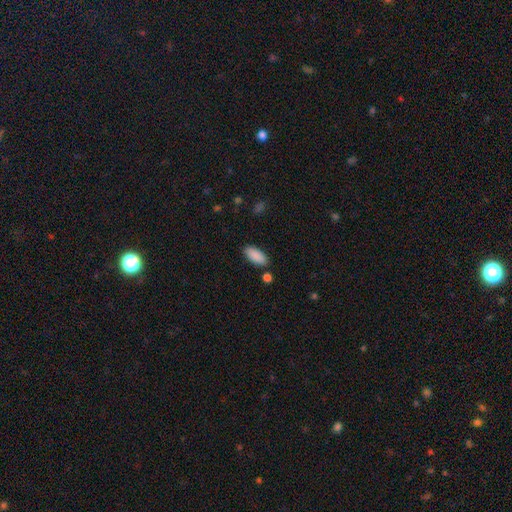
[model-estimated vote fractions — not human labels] Q: Smooth or featured?
A: smooth (90%); runner-up: star or artifact (6%)
Q: How rounded?
A: in between (87%); runner-up: cigar-shaped (11%)
Q: Merging?
A: none (84%); runner-up: minor disturbance (10%)